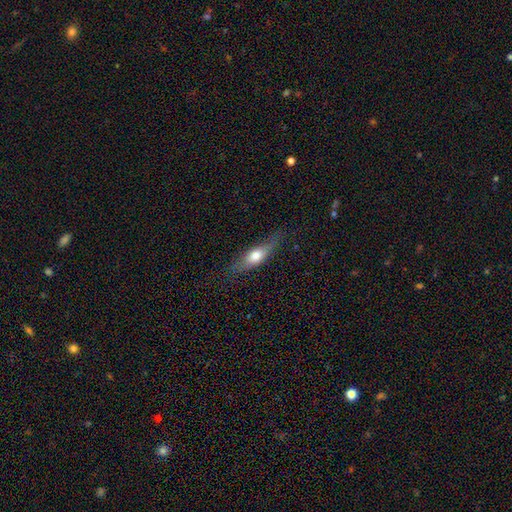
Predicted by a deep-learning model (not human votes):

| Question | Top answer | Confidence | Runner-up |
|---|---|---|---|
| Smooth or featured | smooth | 56% | featured or disk (37%) |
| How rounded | cigar-shaped | 50% | in between (46%) |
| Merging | none | 74% | minor disturbance (19%) |